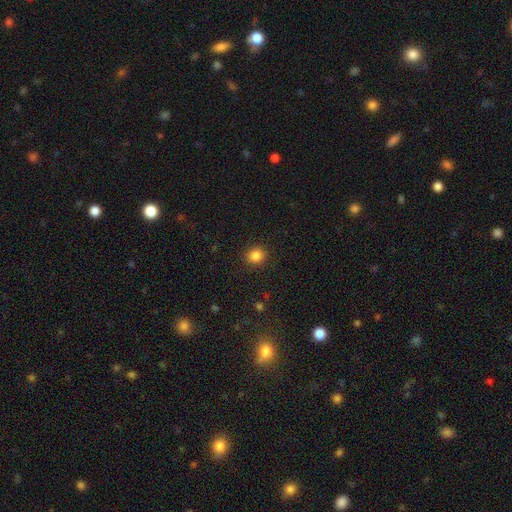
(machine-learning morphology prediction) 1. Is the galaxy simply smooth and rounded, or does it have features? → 85% smooth, 11% star or artifact, 4% featured or disk.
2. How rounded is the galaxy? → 83% round, 16% in between, 1% cigar-shaped.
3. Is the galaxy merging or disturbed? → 91% none, 6% minor disturbance, 2% major disturbance, 1% merger.